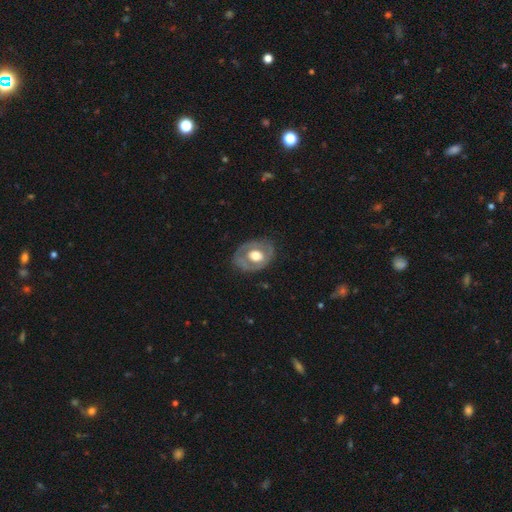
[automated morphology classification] Smooth or featured? Predicted: featured or disk (p=0.59). Edge-on disk? Predicted: no (p=0.94). Bar? Predicted: no (p=0.78). Spiral arms? Predicted: no (p=0.70). Bulge size? Predicted: moderate (p=0.48). Merging? Predicted: none (p=0.70).